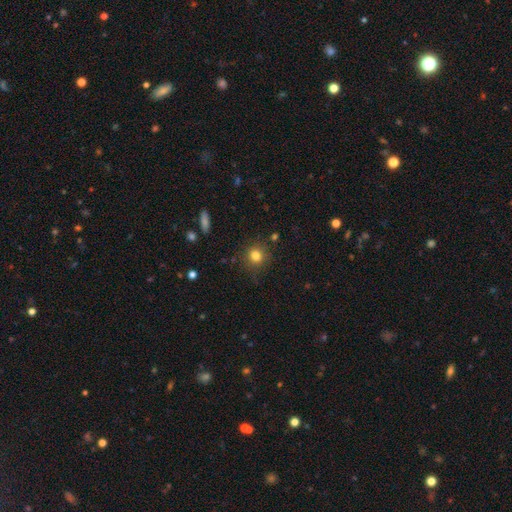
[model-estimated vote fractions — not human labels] Overall: smooth (81%). How rounded: round (90%). Merging: none (85%).